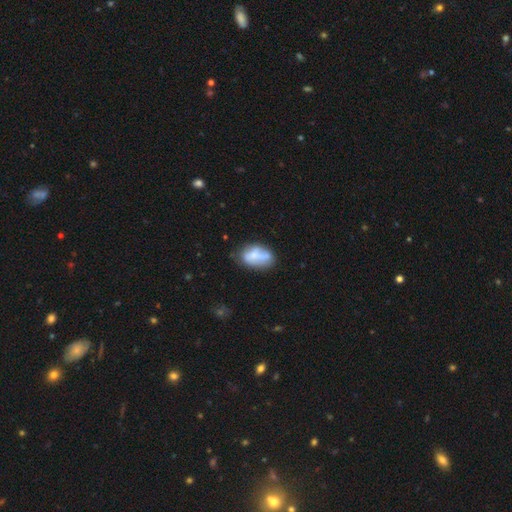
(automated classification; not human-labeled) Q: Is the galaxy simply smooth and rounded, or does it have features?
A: smooth — 63%.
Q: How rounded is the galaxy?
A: in between — 89%.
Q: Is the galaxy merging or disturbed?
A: none — 47%.